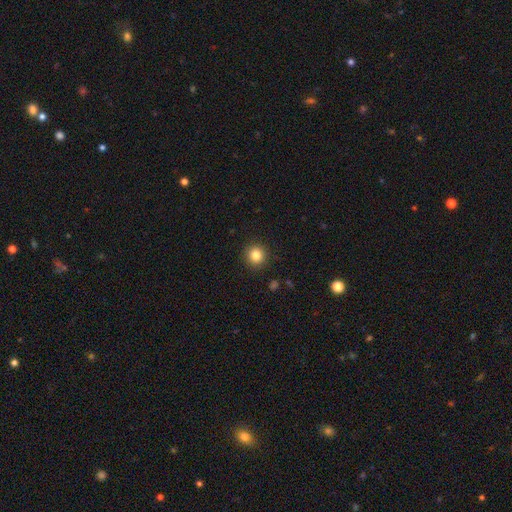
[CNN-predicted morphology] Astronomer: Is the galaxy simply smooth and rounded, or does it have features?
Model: smooth — 84%.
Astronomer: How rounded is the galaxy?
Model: round — 94%.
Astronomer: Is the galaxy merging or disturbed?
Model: none — 91%.